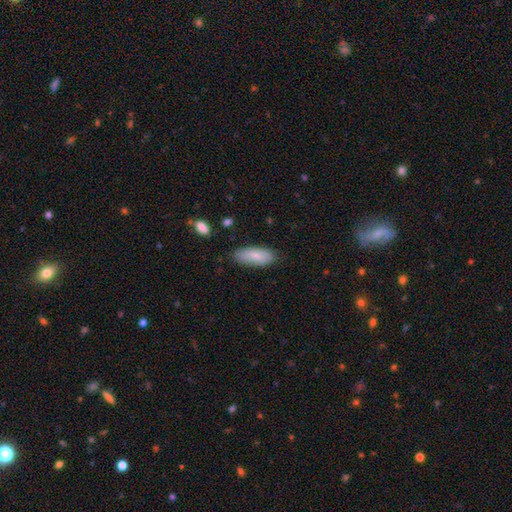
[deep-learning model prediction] A smooth galaxy with no disk features (82%) that is in between round and cigar-shaped (77%).

Vote fractions:
- Smooth or featured? smooth: 82% / featured or disk: 11% / star or artifact: 6%
- How rounded? in between: 77% / cigar-shaped: 21% / round: 2%
- Merging? none: 82% / minor disturbance: 14% / major disturbance: 3% / merger: 2%